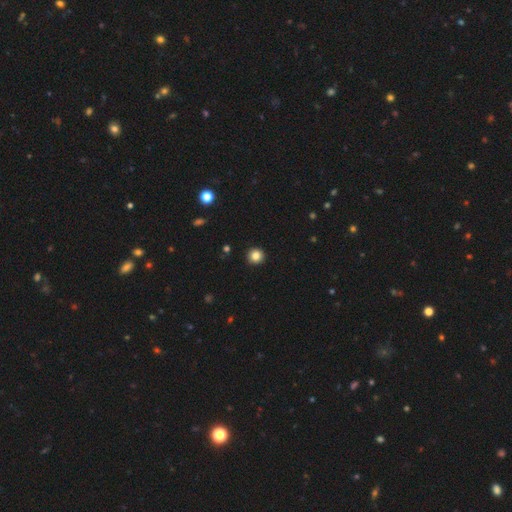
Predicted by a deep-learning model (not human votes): A smooth galaxy with no disk features (84%) that is round (95%). Merging: none (93%).